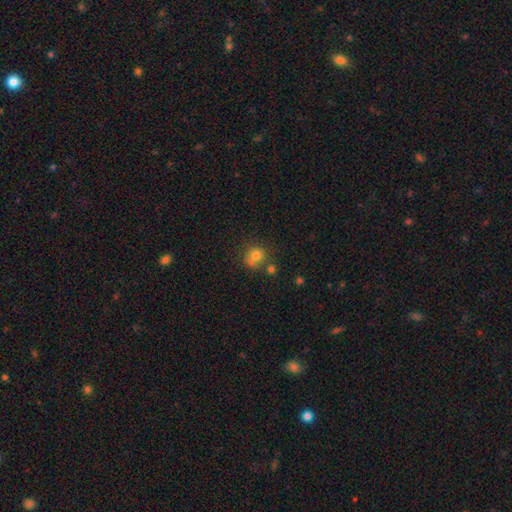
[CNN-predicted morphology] A smooth galaxy with no disk features (78%) that is round (83%).

Vote fractions:
- Smooth or featured? smooth: 78% / star or artifact: 12% / featured or disk: 10%
- How rounded? round: 83% / in between: 16% / cigar-shaped: 1%
- Merging? none: 57% / minor disturbance: 18% / merger: 18% / major disturbance: 7%